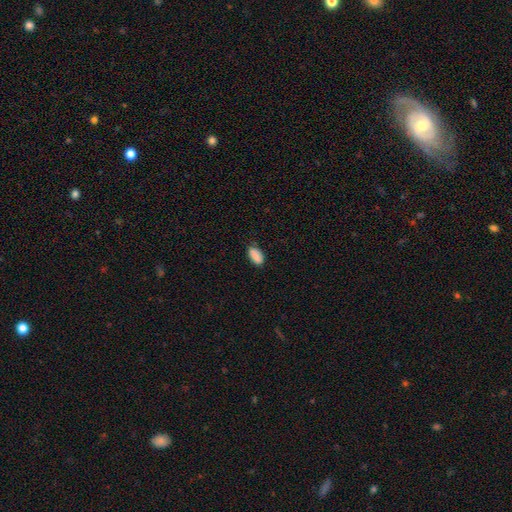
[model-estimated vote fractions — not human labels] Q: Smooth or featured?
A: smooth (89%); runner-up: star or artifact (7%)
Q: How rounded?
A: in between (93%); runner-up: cigar-shaped (4%)
Q: Merging?
A: none (77%); runner-up: minor disturbance (18%)